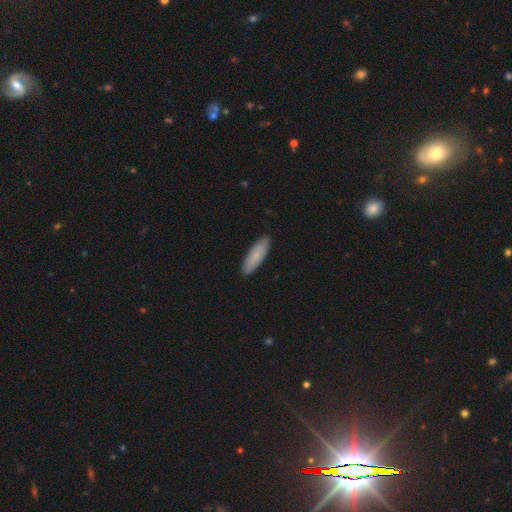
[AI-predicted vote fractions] smooth_or_featured: smooth (p=0.82) [alt: featured or disk p=0.13]
how_rounded: cigar-shaped (p=0.50) [alt: in between p=0.48]
merging: none (p=0.88) [alt: minor disturbance p=0.09]